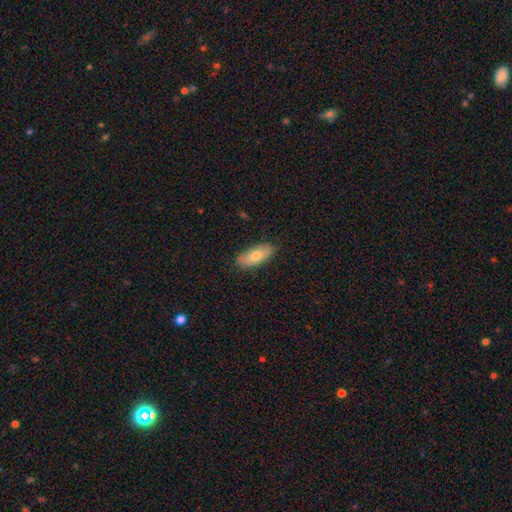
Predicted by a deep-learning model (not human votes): Q: Smooth or featured?
A: smooth (77%); runner-up: featured or disk (17%)
Q: How rounded?
A: in between (84%); runner-up: cigar-shaped (14%)
Q: Merging?
A: none (85%); runner-up: minor disturbance (12%)